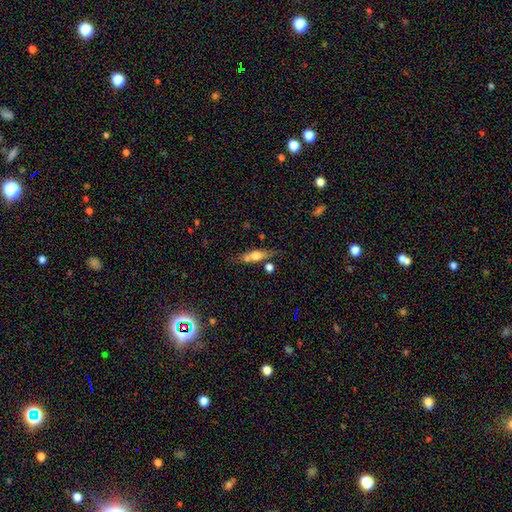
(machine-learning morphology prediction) smooth_or_featured: smooth (p=0.52) [alt: featured or disk p=0.40]
how_rounded: cigar-shaped (p=0.52) [alt: in between p=0.42]
merging: none (p=0.58) [alt: merger p=0.20]